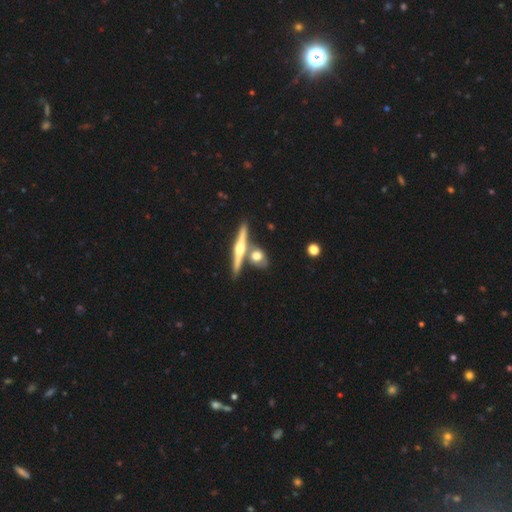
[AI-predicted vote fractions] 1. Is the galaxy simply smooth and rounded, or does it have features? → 61% featured or disk, 32% smooth, 7% star or artifact.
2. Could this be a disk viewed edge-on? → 91% yes, 9% no.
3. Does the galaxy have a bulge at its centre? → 95% rounded, 3% none, 2% boxy.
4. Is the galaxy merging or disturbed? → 66% none, 22% merger, 9% minor disturbance, 3% major disturbance.